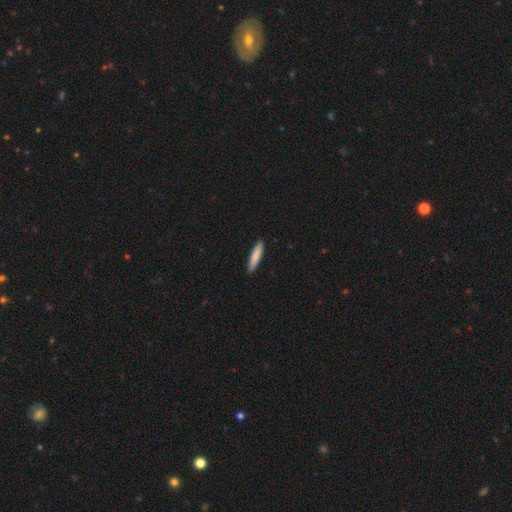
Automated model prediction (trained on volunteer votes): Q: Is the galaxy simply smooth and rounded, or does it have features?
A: smooth — 81%.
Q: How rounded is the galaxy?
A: cigar-shaped — 85%.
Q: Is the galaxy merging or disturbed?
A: none — 89%.